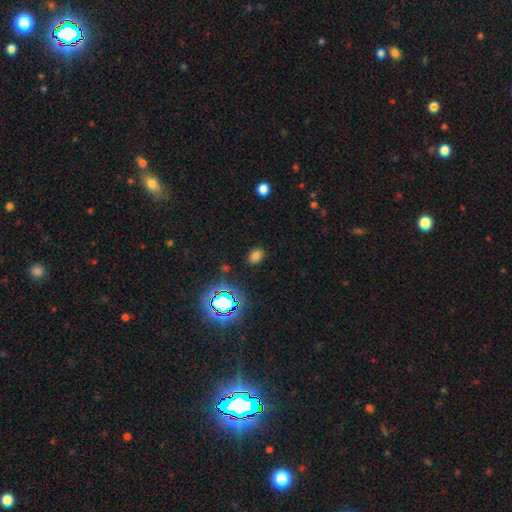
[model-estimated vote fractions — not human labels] Overall: smooth (71%). How rounded: in between (64%; round 34%). Merging: none (86%).